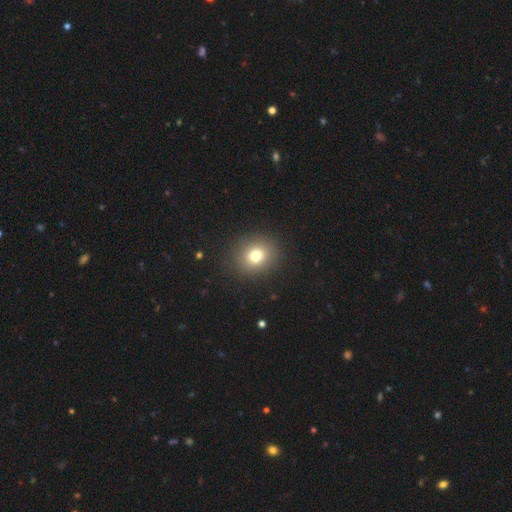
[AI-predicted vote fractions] Q: Smooth or featured?
A: smooth (76%); runner-up: star or artifact (13%)
Q: How rounded?
A: round (78%); runner-up: in between (22%)
Q: Merging?
A: none (89%); runner-up: minor disturbance (7%)